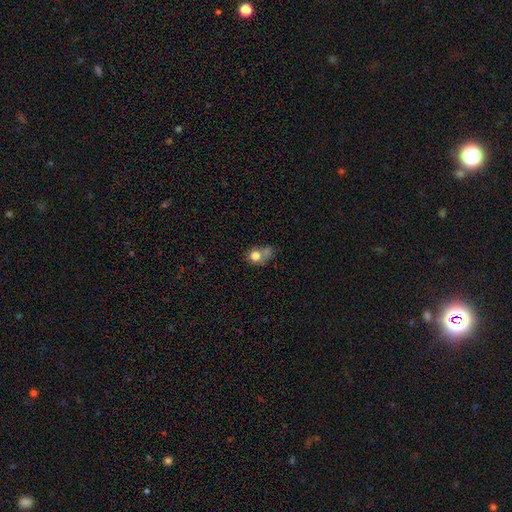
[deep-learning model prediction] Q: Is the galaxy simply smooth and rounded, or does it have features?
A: smooth — 75%.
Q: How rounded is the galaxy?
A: round — 69%.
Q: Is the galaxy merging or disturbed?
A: merger — 35%.